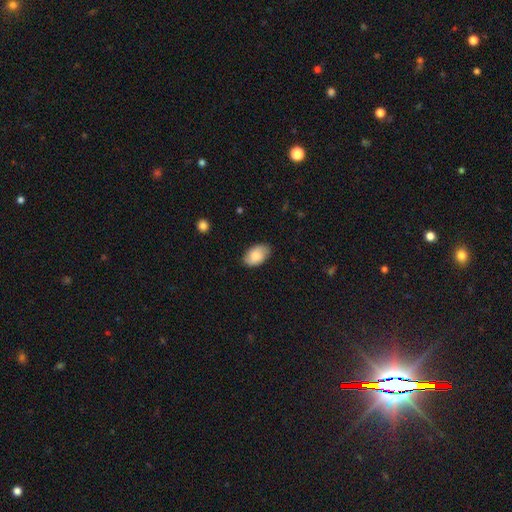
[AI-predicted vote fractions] Morphology: type=smooth (79%); roundness=in between (92%); merging=none (81%).